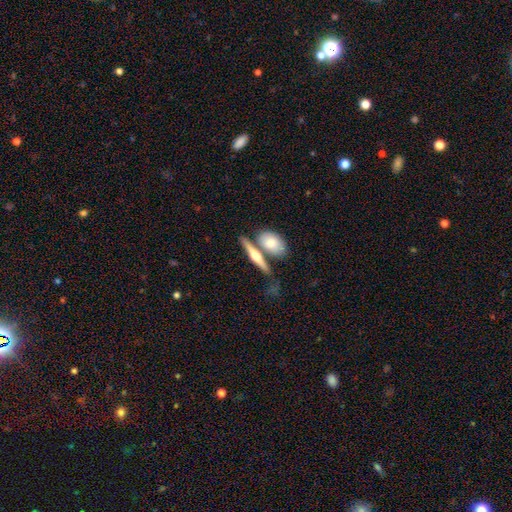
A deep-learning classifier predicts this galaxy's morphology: Smooth or featured? featured or disk (48%)
Merging? none (55%)